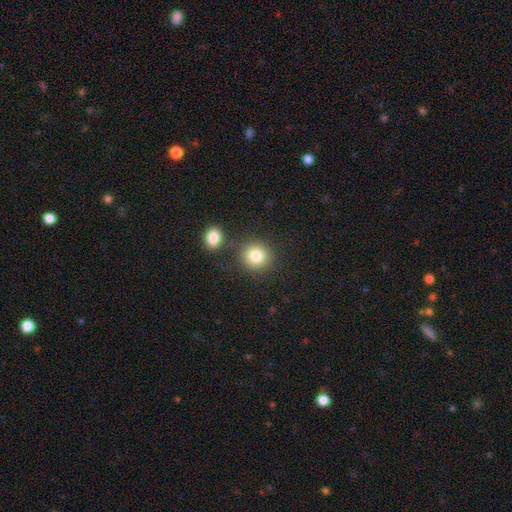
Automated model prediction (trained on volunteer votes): Smooth or featured? Predicted: smooth (p=0.83). How rounded? Predicted: round (p=0.89). Merging? Predicted: none (p=0.79).